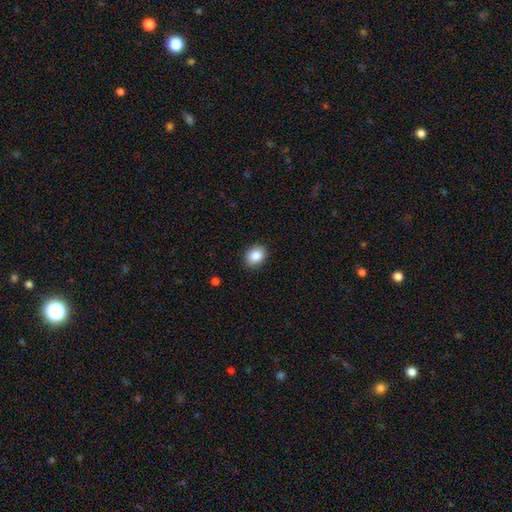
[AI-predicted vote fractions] Smooth or featured? smooth (87%)
How rounded? in between (57%)
Merging? none (89%)